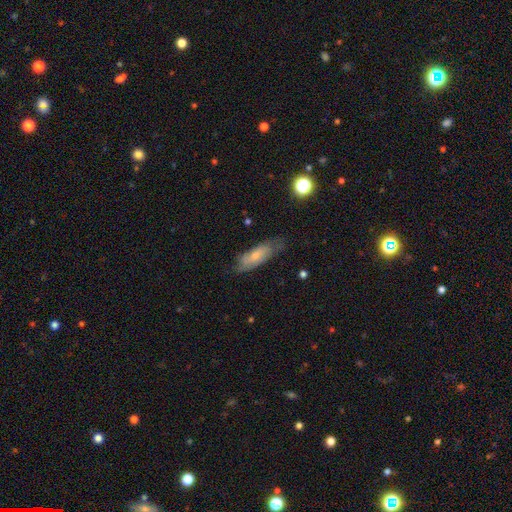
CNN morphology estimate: This appears to be a smooth galaxy with no disk features (51%) that is in between round and cigar-shaped (63%). Merging: none (63%).